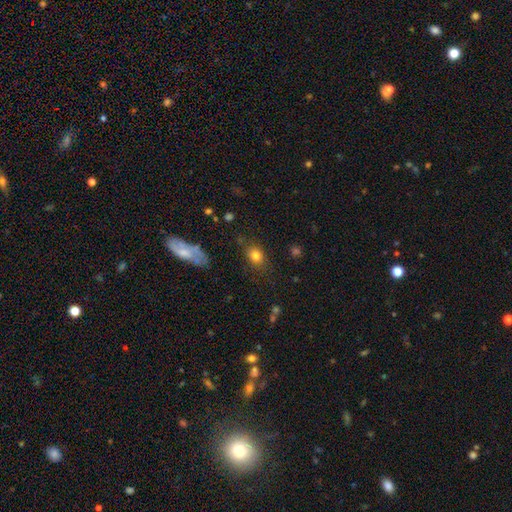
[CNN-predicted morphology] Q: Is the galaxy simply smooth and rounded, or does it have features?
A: smooth — 80%.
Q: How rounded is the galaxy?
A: in between — 59%.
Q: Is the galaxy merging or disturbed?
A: none — 76%.